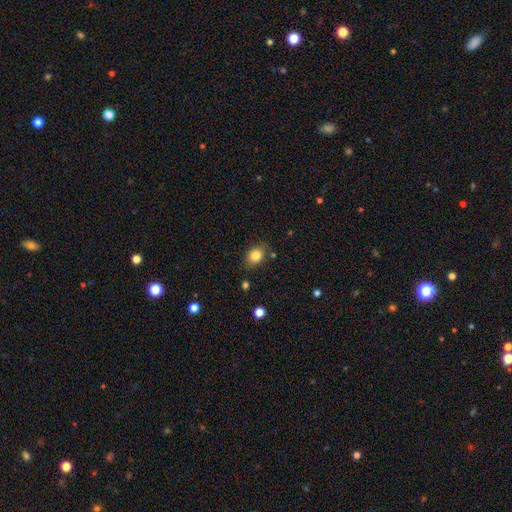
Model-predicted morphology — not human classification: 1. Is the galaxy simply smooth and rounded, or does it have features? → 82% smooth, 10% star or artifact, 7% featured or disk.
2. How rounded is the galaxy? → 50% in between, 49% round, 1% cigar-shaped.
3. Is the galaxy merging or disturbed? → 78% none, 15% minor disturbance, 4% major disturbance, 3% merger.